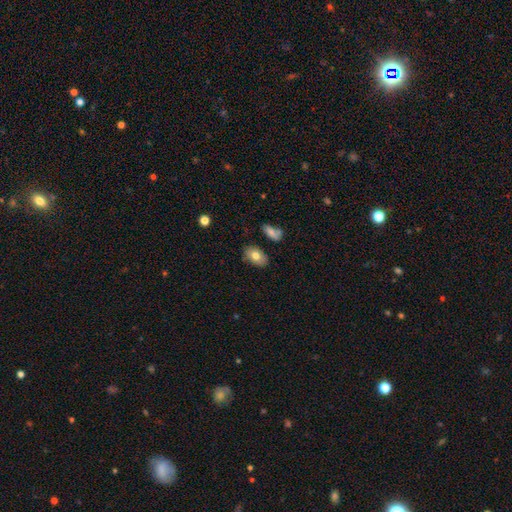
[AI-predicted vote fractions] Smooth or featured?
  - smooth: 75% *
  - featured or disk: 18%
  - star or artifact: 8%
How rounded?
  - in between: 89% *
  - round: 10%
  - cigar-shaped: 2%
Merging?
  - none: 80% *
  - minor disturbance: 14%
  - merger: 4%
  - major disturbance: 3%